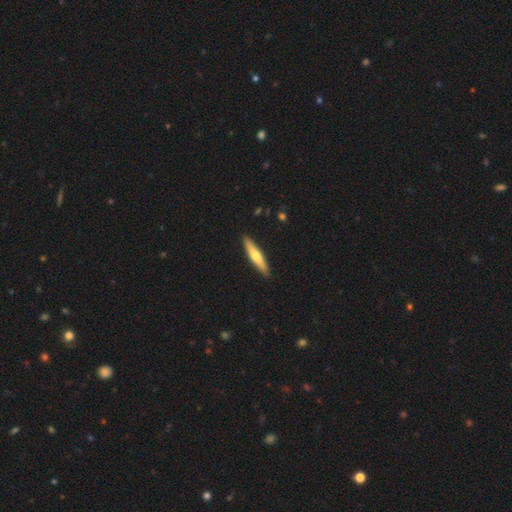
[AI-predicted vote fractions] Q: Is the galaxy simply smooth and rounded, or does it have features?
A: smooth — 57%.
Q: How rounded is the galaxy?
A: cigar-shaped — 86%.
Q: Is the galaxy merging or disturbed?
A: none — 91%.